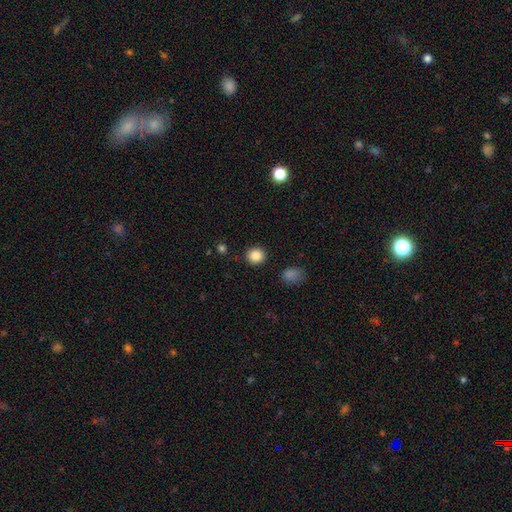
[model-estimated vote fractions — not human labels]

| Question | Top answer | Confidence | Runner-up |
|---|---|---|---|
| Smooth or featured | smooth | 86% | star or artifact (10%) |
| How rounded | round | 89% | in between (10%) |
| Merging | none | 91% | minor disturbance (5%) |